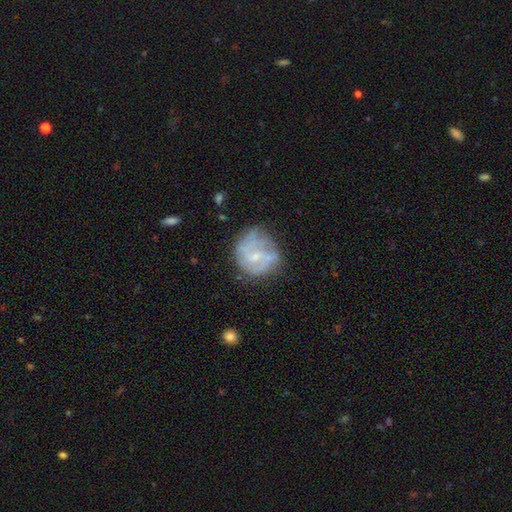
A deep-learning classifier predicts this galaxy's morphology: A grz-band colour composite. It shows a featured or disk galaxy (66%) with a weak bar (47%), spiral arms (70%) and a small central bulge (58%). Merging: none (54%).